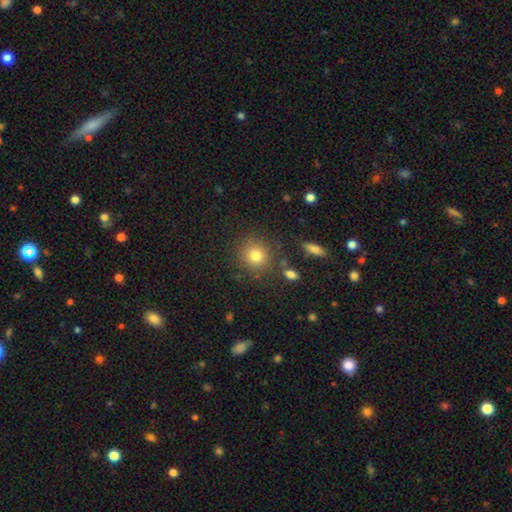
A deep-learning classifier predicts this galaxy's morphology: Smooth or featured? Predicted: smooth (p=0.79). How rounded? Predicted: round (p=0.88). Merging? Predicted: none (p=0.83).